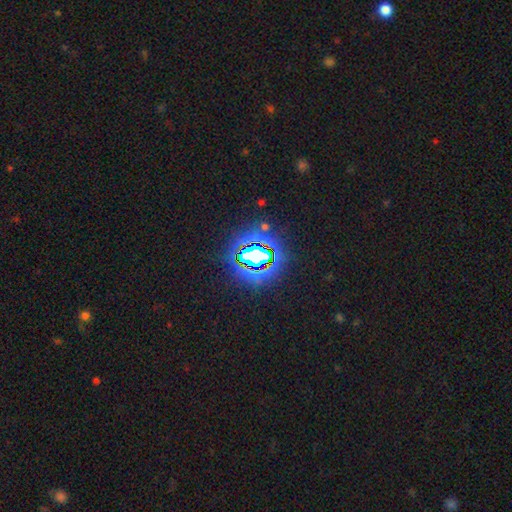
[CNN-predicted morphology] This appears to be a star or artifact, not a galaxy (76%).